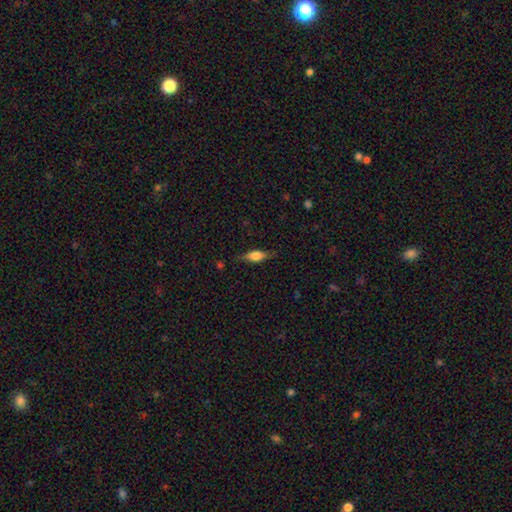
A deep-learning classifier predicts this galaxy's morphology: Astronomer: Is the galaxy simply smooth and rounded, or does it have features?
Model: smooth — 61%.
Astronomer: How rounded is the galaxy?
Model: in between — 67%.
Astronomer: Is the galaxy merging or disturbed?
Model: none — 78%.